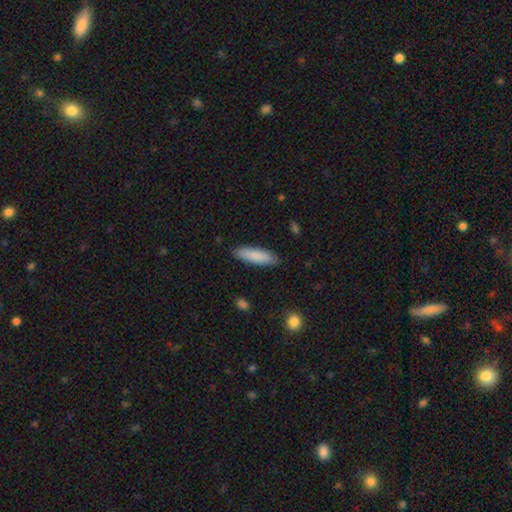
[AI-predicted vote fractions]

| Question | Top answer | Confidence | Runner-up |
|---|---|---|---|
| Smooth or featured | smooth | 86% | featured or disk (8%) |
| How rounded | cigar-shaped | 60% | in between (38%) |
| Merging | none | 86% | minor disturbance (11%) |